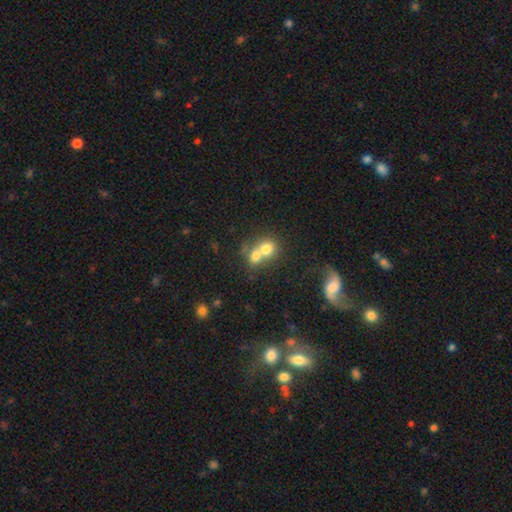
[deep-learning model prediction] Smooth or featured: smooth — 71% (featured or disk — 18%)
How rounded: round — 69% (in between — 30%)
Merging: merger — 71% (none — 21%)